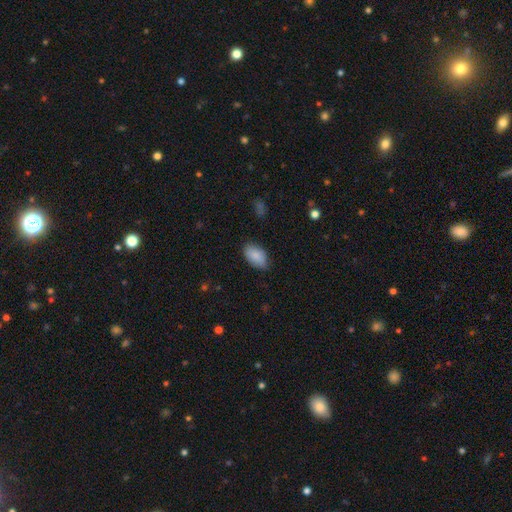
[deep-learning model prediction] Smooth or featured? smooth (88%)
How rounded? in between (93%)
Merging? none (75%)